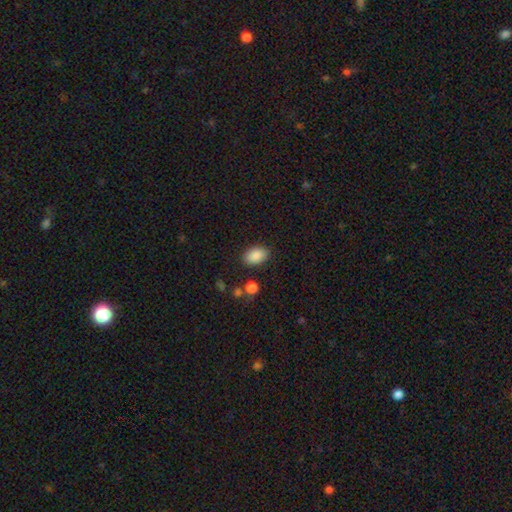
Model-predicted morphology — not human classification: smooth-or-featured: smooth: 88% | star or artifact: 8% | featured or disk: 5%
  how-rounded: in between: 86% | round: 12% | cigar-shaped: 1%
  merging: none: 85% | minor disturbance: 10% | major disturbance: 3% | merger: 2%